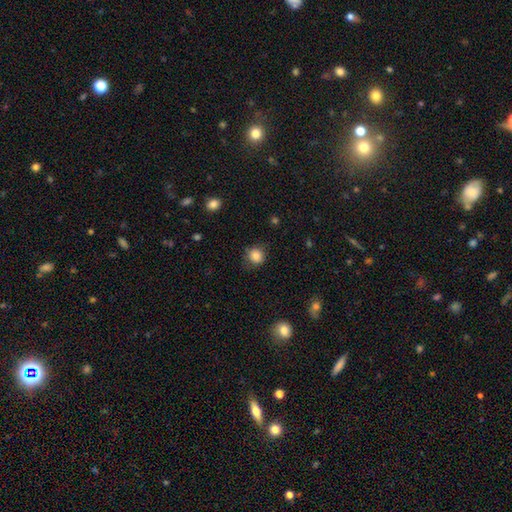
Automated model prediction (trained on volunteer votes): This appears to be a smooth galaxy with no disk features (84%) that is round (87%). Merging: none (80%).